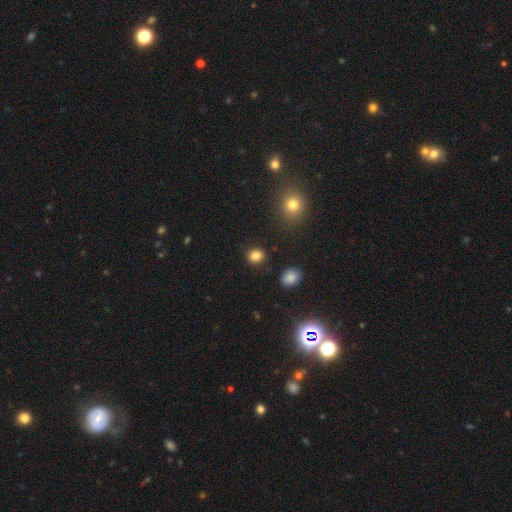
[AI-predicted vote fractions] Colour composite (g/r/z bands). It shows a smooth galaxy with no disk features (84%) that is round (79%). Merging: none (88%).